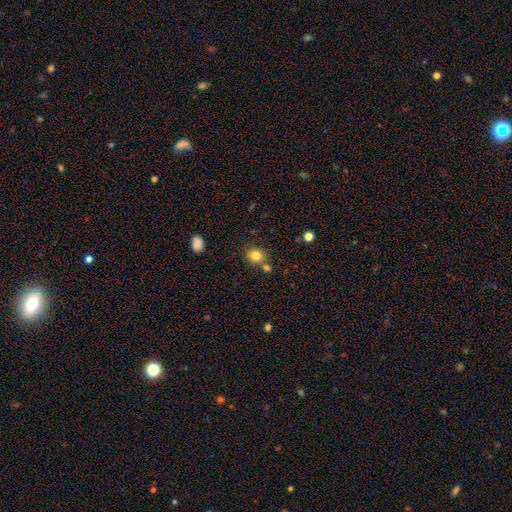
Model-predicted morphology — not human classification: This is clearly a smooth galaxy (80%). How rounded: likely round (79%). Merging: likely none (71%).